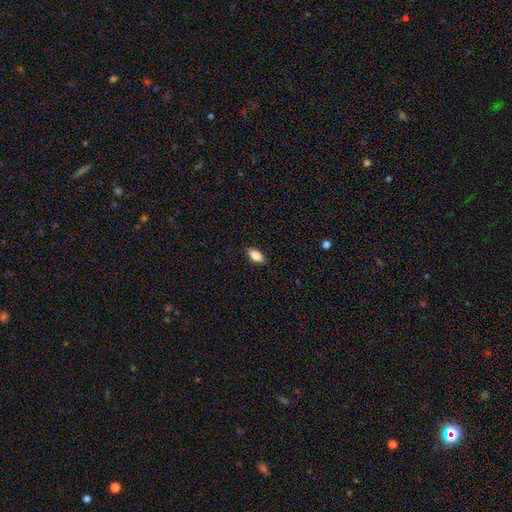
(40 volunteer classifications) Q: Smooth or featured?
A: smooth (72%); runner-up: featured or disk (20%)
Q: How rounded?
A: in between (90%); runner-up: cigar-shaped (7%)
Q: Merging?
A: none (81%); runner-up: minor disturbance (14%)